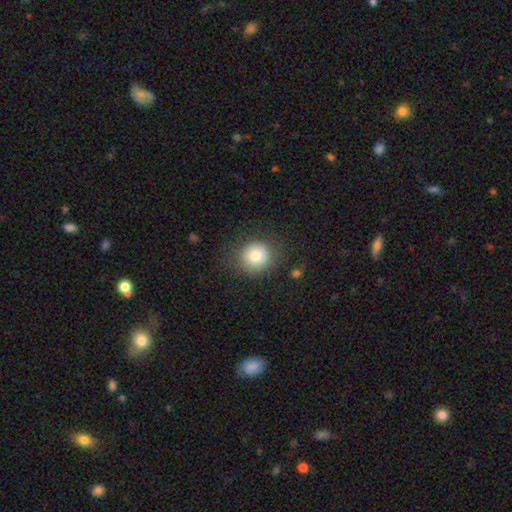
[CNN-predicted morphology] This appears to be a smooth galaxy with no disk features (80%) that is round (85%). Merging: none (80%).